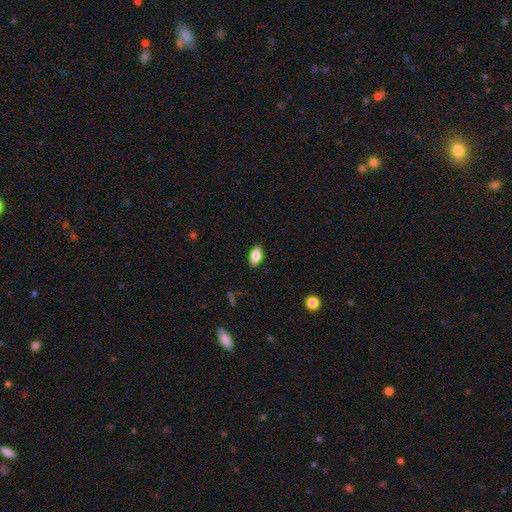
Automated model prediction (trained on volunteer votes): A smooth galaxy with no disk features (79%) that is in between round and cigar-shaped (89%). Merging: none (87%).